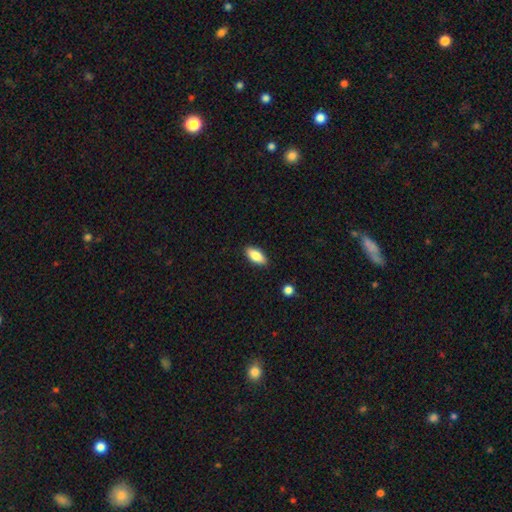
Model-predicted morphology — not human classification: The model was most divided on "smooth or featured": smooth: 83%, featured or disk: 11%, star or artifact: 7%. More confident: merging — none (88%); how rounded — in between (85%).